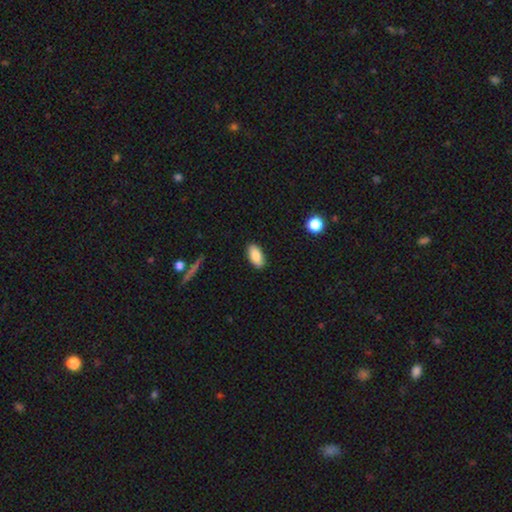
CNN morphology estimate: Smooth or featured: smooth — 86% (star or artifact — 7%)
How rounded: in between — 91% (cigar-shaped — 6%)
Merging: none — 88% (minor disturbance — 9%)